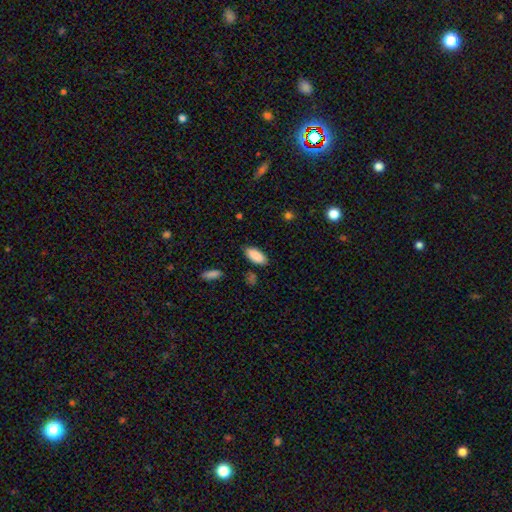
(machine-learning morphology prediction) Smooth or featured? smooth (89%)
How rounded? in between (87%)
Merging? none (84%)